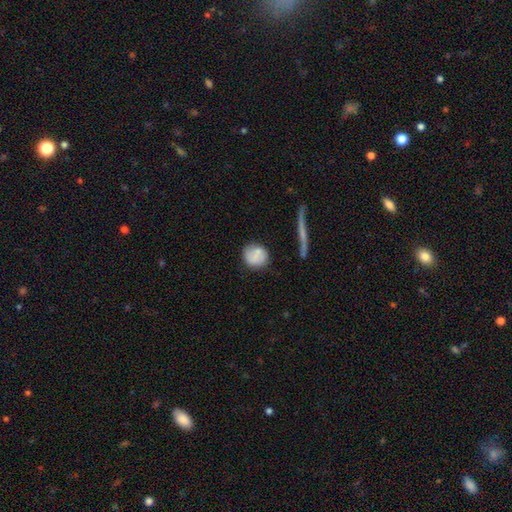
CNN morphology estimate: A smooth galaxy with no disk features (75%) that is round (80%).

Vote fractions:
- Smooth or featured? smooth: 75% / featured or disk: 17% / star or artifact: 8%
- How rounded? round: 80% / in between: 18% / cigar-shaped: 2%
- Merging? none: 70% / minor disturbance: 17% / merger: 7% / major disturbance: 5%